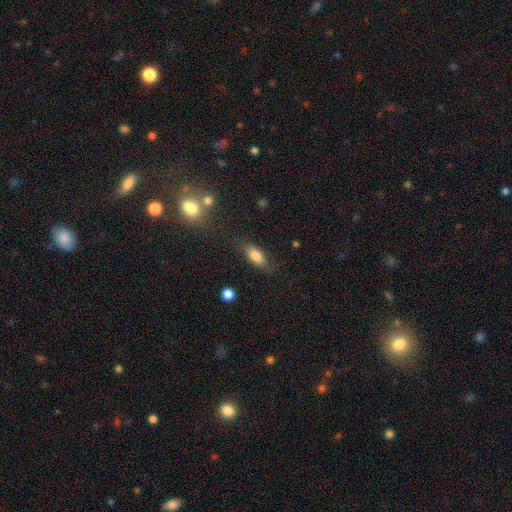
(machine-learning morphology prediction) A smooth galaxy with no disk features (80%) that is in between round and cigar-shaped (80%).

Vote fractions:
- Smooth or featured? smooth: 80% / featured or disk: 12% / star or artifact: 8%
- How rounded? in between: 80% / cigar-shaped: 16% / round: 4%
- Merging? none: 72% / minor disturbance: 19% / major disturbance: 7% / merger: 2%